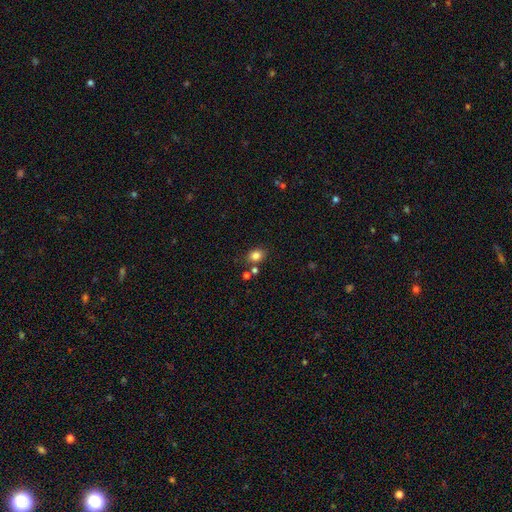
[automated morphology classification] smooth-or-featured: smooth: 83% | star or artifact: 11% | featured or disk: 6%
  how-rounded: in between: 58% | round: 41% | cigar-shaped: 1%
  merging: none: 76% | minor disturbance: 11% | merger: 10% | major disturbance: 3%